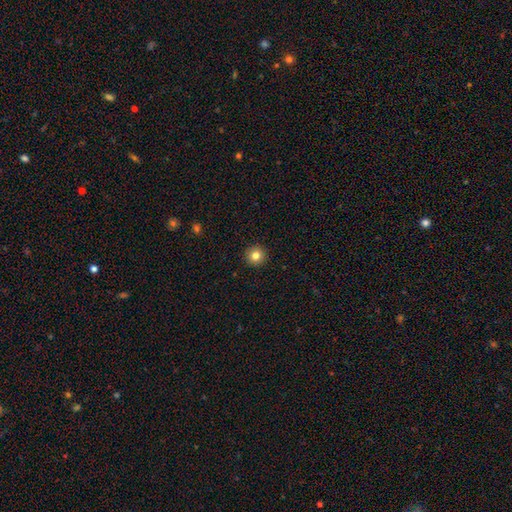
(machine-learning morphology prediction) Smooth or featured? smooth (81%)
How rounded? round (95%)
Merging? none (93%)